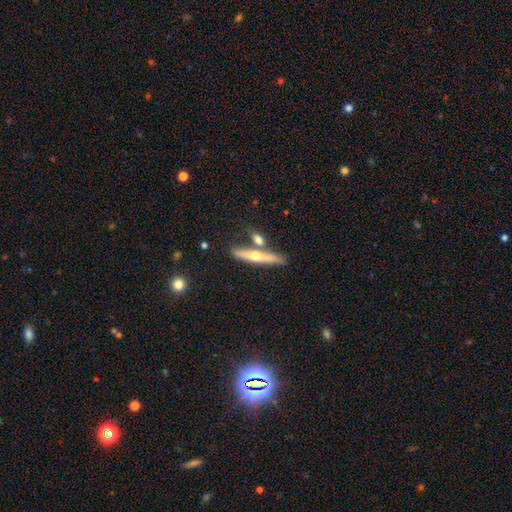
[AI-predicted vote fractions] Smooth or featured? Predicted: featured or disk (p=0.55). Edge-on disk? Predicted: yes (p=0.91). Edge-on bulge? Predicted: rounded (p=0.88). Merging? Predicted: none (p=0.65).